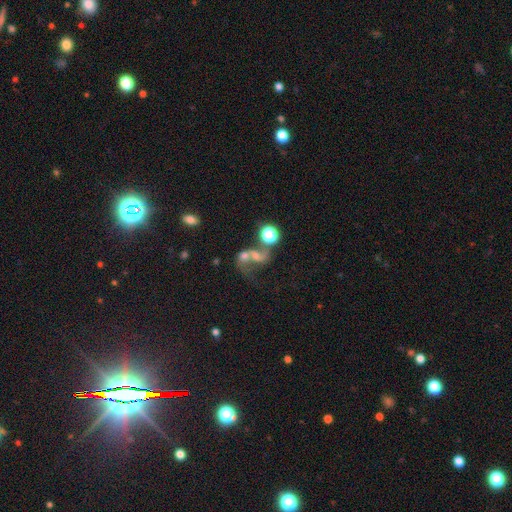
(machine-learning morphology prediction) featured or disk 54%, smooth 29%, star or artifact 17%. Down the decision tree: edge-on disk — no (97%); bar — no (63%); spiral arms — yes (71%); bulge size — moderate (34%); merging — merger (52%).